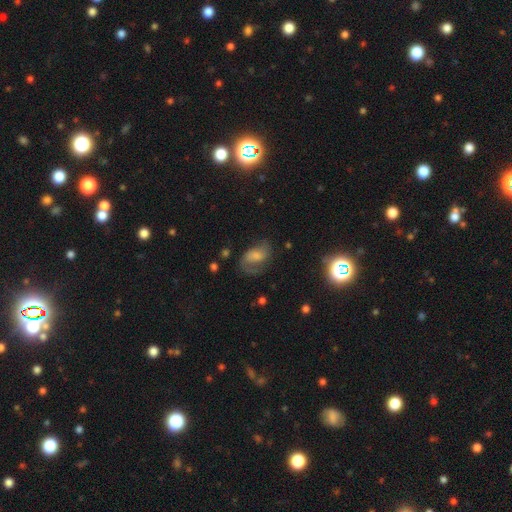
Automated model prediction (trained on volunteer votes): A featured or disk galaxy (62%) with no bar (44%), 2 (76%) medium (45%) spiral arms (89%) and a moderate central bulge (30%).

Vote fractions:
- Smooth or featured? featured or disk: 62% / smooth: 28% / star or artifact: 10%
- Edge-on disk? no: 97% / yes: 3%
- Bar? no: 44% / weak: 43% / strong: 13%
- Spiral arms? yes: 89% / no: 11%
- Spiral winding? medium: 45% / loose: 40% / tight: 15%
- Spiral arm count? 2: 76% / 1: 14% / can't tell: 7% / 3: 1% / 4: 1% / more than 4: 1%
- Bulge size? moderate: 30% / small: 28% / none: 24% / large: 15% / dominant: 3%
- Merging? none: 56% / minor disturbance: 22% / major disturbance: 20% / merger: 2%